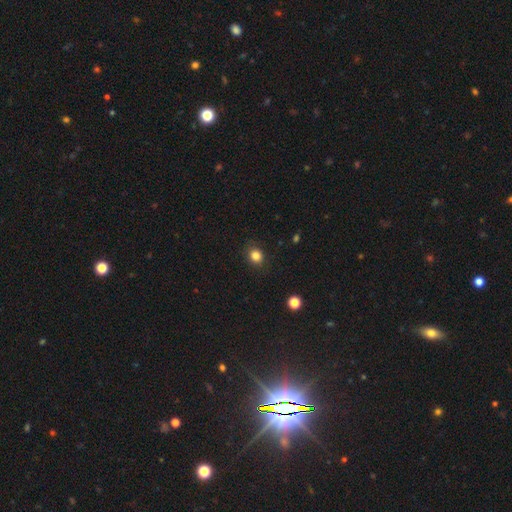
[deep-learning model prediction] smooth-or-featured: smooth: 83% | star or artifact: 12% | featured or disk: 5%
  how-rounded: round: 70% | in between: 29% | cigar-shaped: 1%
  merging: none: 87% | minor disturbance: 9% | major disturbance: 2% | merger: 1%